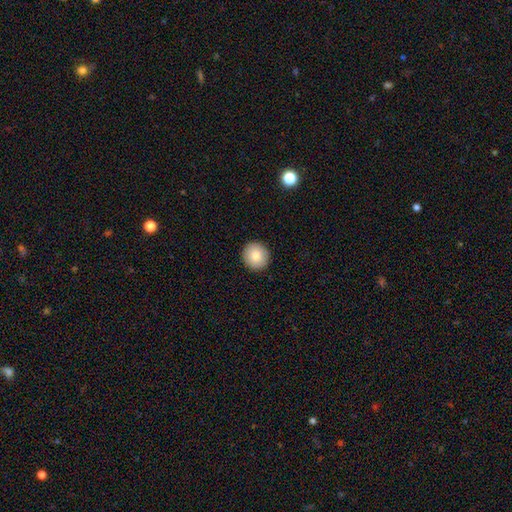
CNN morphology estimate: A smooth galaxy with no disk features (83%) that is round (92%). Merging: none (93%).